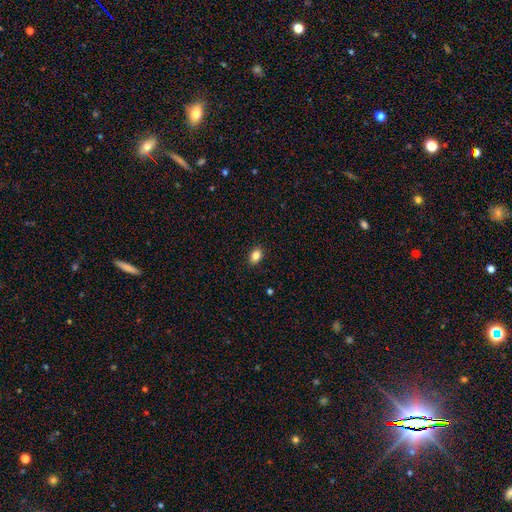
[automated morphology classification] Smooth or featured?
  - smooth: 85% *
  - star or artifact: 10%
  - featured or disk: 6%
How rounded?
  - in between: 83% *
  - round: 16%
  - cigar-shaped: 1%
Merging?
  - none: 89% *
  - minor disturbance: 8%
  - major disturbance: 2%
  - merger: 1%